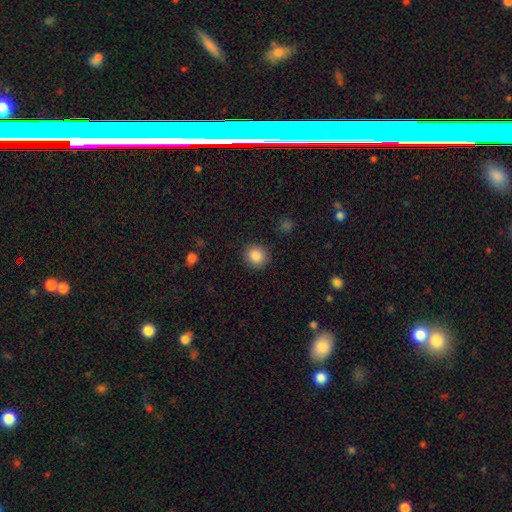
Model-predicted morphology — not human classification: smooth_or_featured: smooth (p=0.87) [alt: star or artifact p=0.09]
how_rounded: round (p=0.84) [alt: in between p=0.15]
merging: none (p=0.90) [alt: minor disturbance p=0.07]